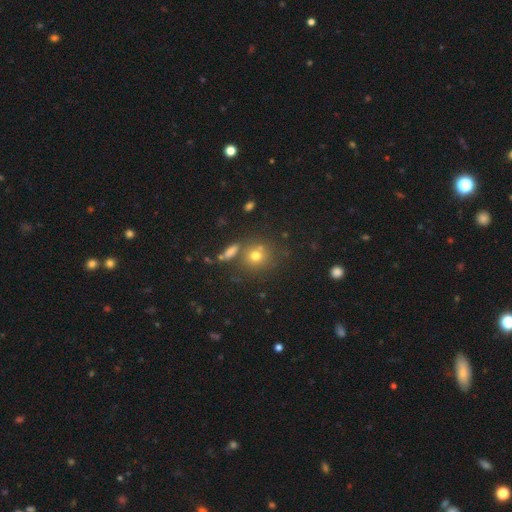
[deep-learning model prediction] Smooth or featured?
  - smooth: 71% *
  - star or artifact: 17%
  - featured or disk: 12%
How rounded?
  - round: 85% *
  - in between: 14%
  - cigar-shaped: 1%
Merging?
  - none: 66% *
  - merger: 17%
  - minor disturbance: 11%
  - major disturbance: 5%